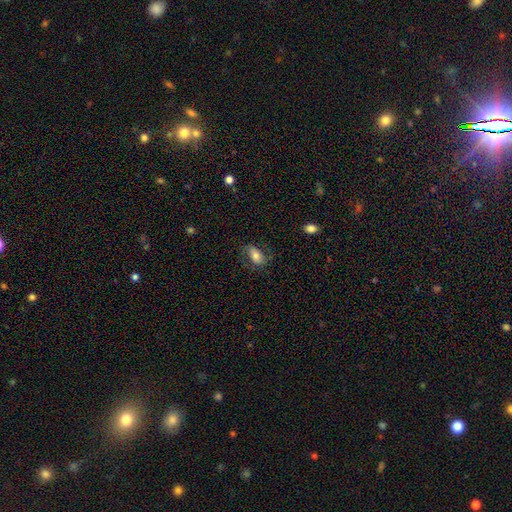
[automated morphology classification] Smooth or featured? smooth (62%)
How rounded? in between (88%)
Merging? none (67%)